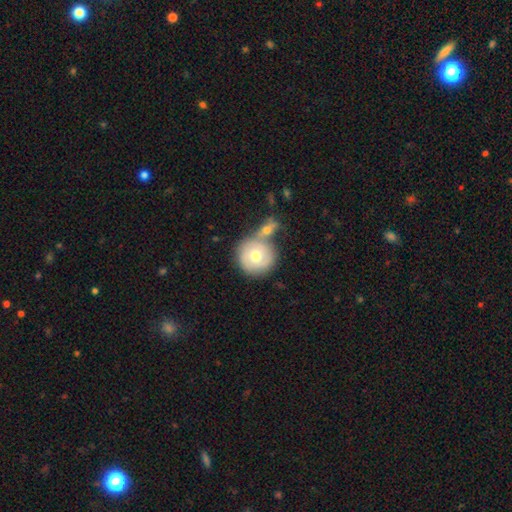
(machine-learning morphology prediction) Smooth or featured?
  - smooth: 62% *
  - featured or disk: 32%
  - star or artifact: 7%
How rounded?
  - round: 93% *
  - in between: 6%
  - cigar-shaped: 1%
Merging?
  - none: 50% *
  - merger: 34%
  - minor disturbance: 12%
  - major disturbance: 5%